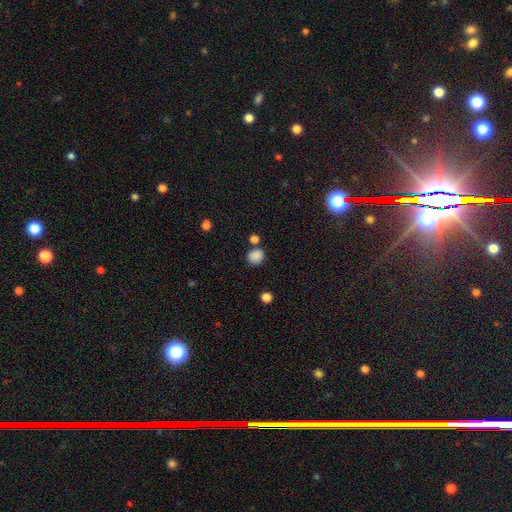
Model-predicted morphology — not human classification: This is clearly a smooth galaxy (86%). How rounded: likely round (74%). Merging: likely none (75%).